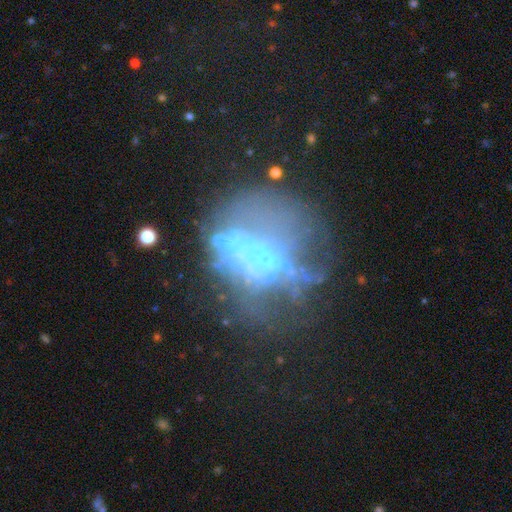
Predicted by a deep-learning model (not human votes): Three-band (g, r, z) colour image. It shows a featured or disk galaxy (53%) with no bar (89%), no spiral arms (93%) and no central bulge (50%). Merging: none (35%).